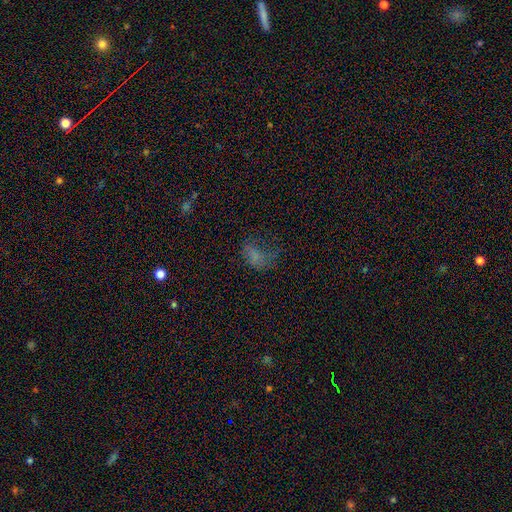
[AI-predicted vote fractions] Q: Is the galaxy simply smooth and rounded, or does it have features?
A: smooth — 55%.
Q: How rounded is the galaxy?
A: in between — 79%.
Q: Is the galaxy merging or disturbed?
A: major disturbance — 41%.